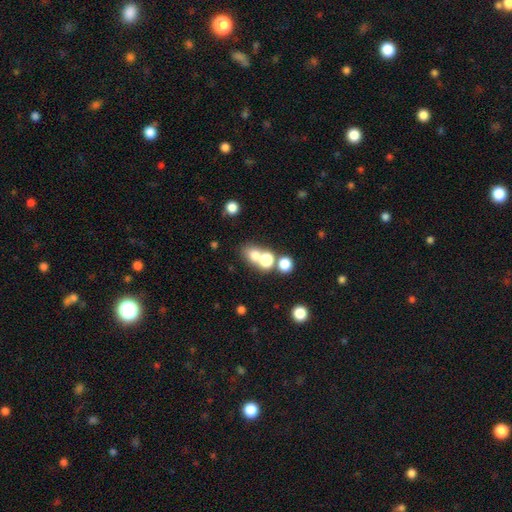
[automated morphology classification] smooth_or_featured: smooth (p=0.70) [alt: star or artifact p=0.17]
how_rounded: round (p=0.61) [alt: in between p=0.38]
merging: merger (p=0.44) [alt: none p=0.43]